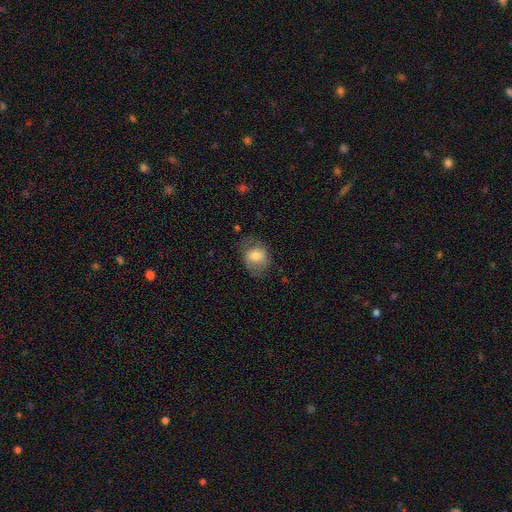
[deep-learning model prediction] smooth 66%, featured or disk 26%, star or artifact 8%. Down the decision tree: how rounded — in between (52%); merging — none (60%).